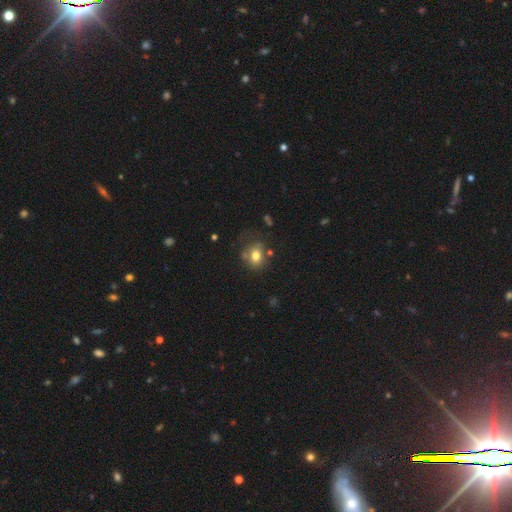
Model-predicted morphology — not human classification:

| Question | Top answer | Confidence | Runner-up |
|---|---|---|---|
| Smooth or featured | smooth | 74% | featured or disk (15%) |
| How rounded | round | 56% | in between (43%) |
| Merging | none | 57% | minor disturbance (23%) |